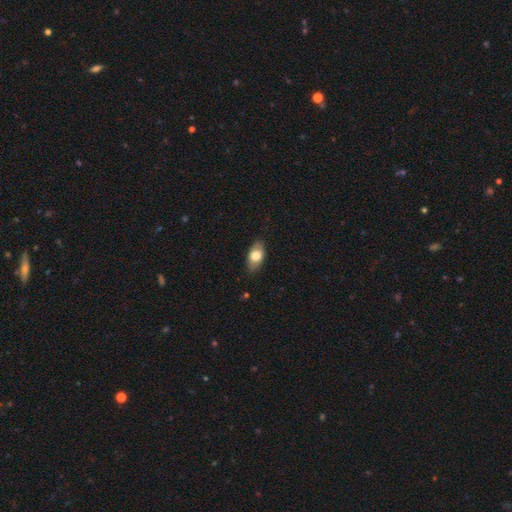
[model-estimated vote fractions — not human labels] Smooth or featured? smooth (72%)
How rounded? in between (89%)
Merging? none (83%)